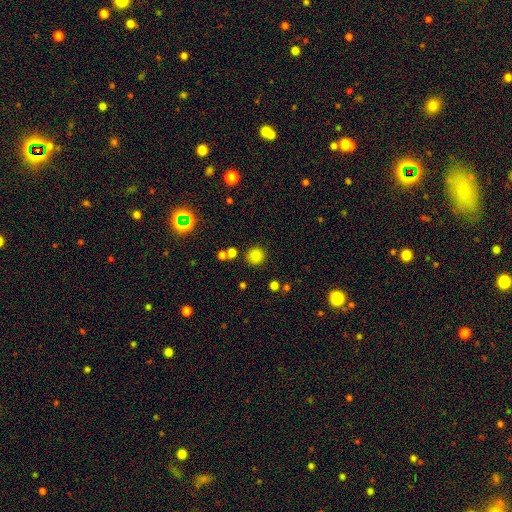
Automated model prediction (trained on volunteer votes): A smooth galaxy with no disk features (78%) that is round (91%). Merging: none (81%).